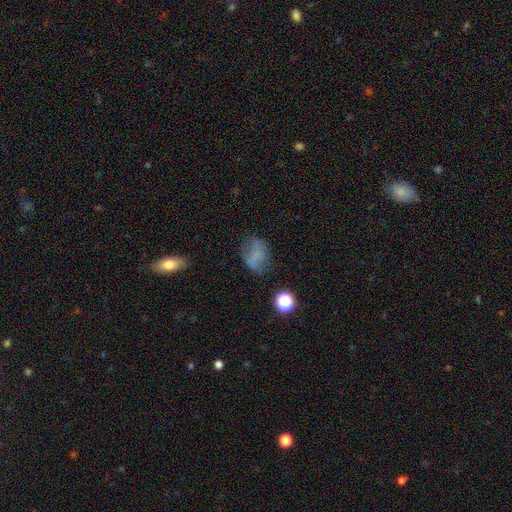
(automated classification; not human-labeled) A smooth galaxy with no disk features (59%) that is in between round and cigar-shaped (63%). Merging: none (55%).